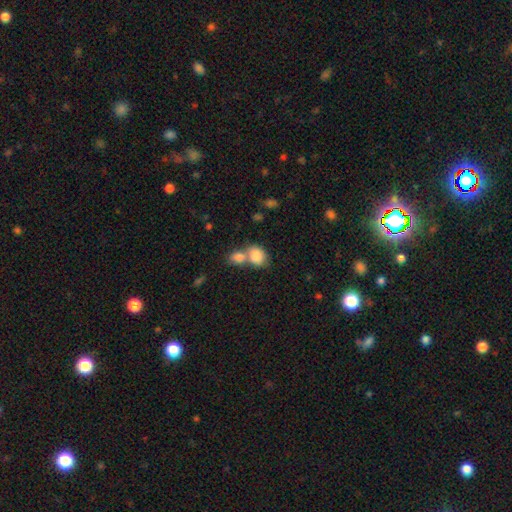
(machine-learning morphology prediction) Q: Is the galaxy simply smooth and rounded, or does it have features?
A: smooth — 85%.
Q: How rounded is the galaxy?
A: in between — 68%.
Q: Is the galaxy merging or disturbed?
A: merger — 59%.